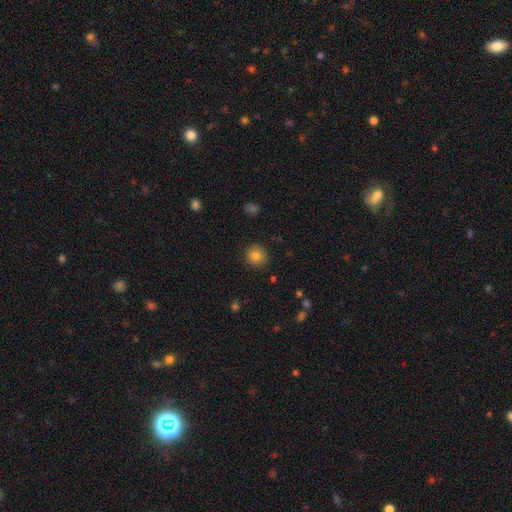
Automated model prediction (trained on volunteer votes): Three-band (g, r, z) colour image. It shows a smooth galaxy with no disk features (84%) that is round (91%). Merging: none (89%).